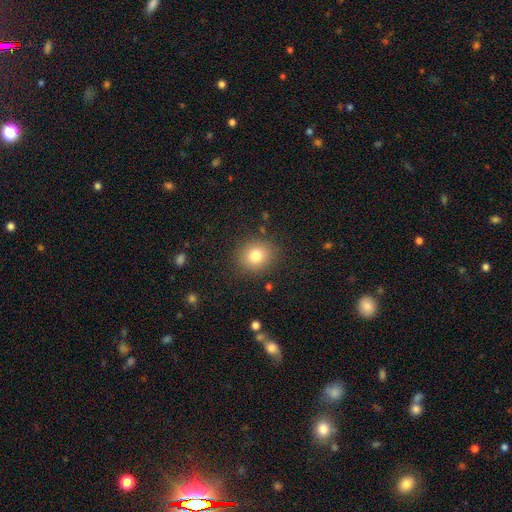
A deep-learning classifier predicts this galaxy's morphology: The model was most divided on "how rounded": round: 78%, in between: 21%, cigar-shaped: 1%. More confident: merging — none (87%); smooth or featured — smooth (79%).